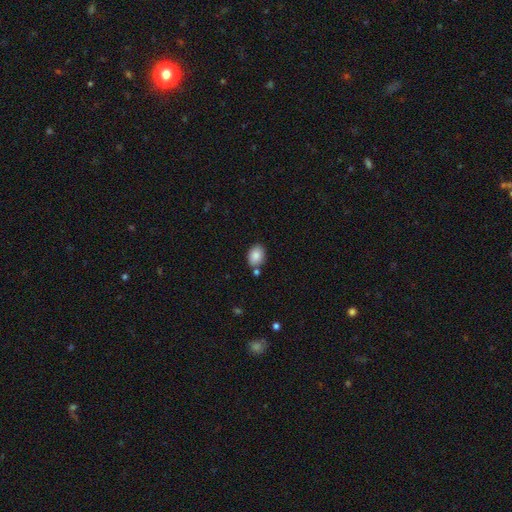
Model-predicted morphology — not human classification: smooth-or-featured: smooth: 86% | star or artifact: 8% | featured or disk: 6%
  how-rounded: in between: 74% | round: 24% | cigar-shaped: 1%
  merging: none: 76% | minor disturbance: 13% | merger: 9% | major disturbance: 3%